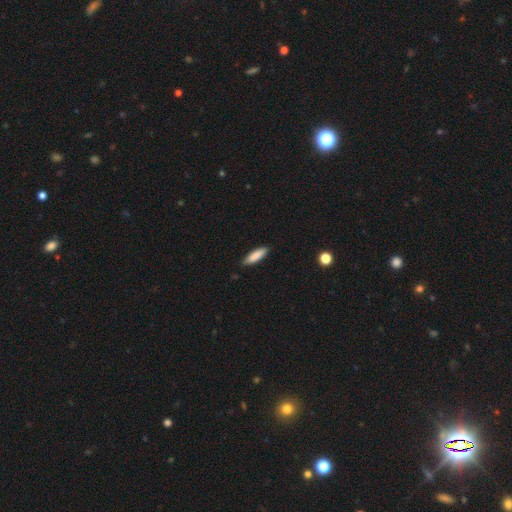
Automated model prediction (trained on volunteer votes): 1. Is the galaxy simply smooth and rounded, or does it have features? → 85% smooth, 9% featured or disk, 6% star or artifact.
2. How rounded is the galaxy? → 61% cigar-shaped, 37% in between, 1% round.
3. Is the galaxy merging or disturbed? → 85% none, 12% minor disturbance, 2% major disturbance, 1% merger.